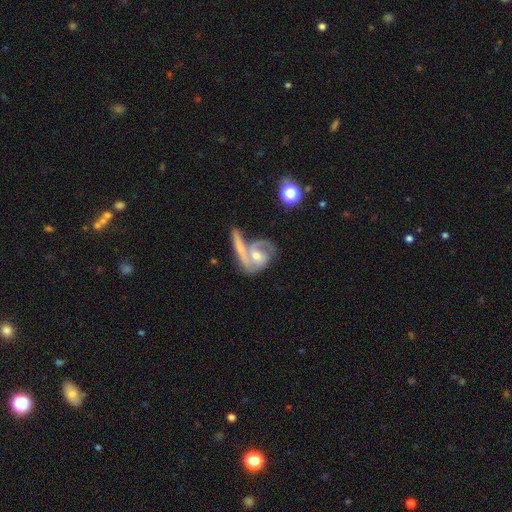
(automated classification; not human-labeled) Q: Smooth or featured?
A: featured or disk (72%); runner-up: smooth (22%)
Q: Edge-on disk?
A: no (91%); runner-up: yes (9%)
Q: Bar?
A: no (58%); runner-up: weak (32%)
Q: Spiral arms?
A: yes (85%); runner-up: no (15%)
Q: Spiral winding?
A: medium (43%); runner-up: tight (40%)
Q: Spiral arm count?
A: 2 (55%); runner-up: 1 (20%)
Q: Bulge size?
A: moderate (60%); runner-up: small (31%)
Q: Merging?
A: merger (41%); runner-up: none (35%)